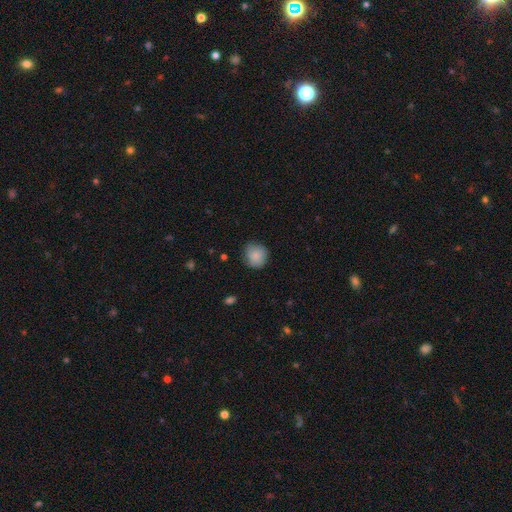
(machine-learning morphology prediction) A smooth galaxy with no disk features (84%) that is round (88%).

Vote fractions:
- Smooth or featured? smooth: 84% / featured or disk: 8% / star or artifact: 8%
- How rounded? round: 88% / in between: 11% / cigar-shaped: 1%
- Merging? none: 78% / minor disturbance: 17% / major disturbance: 3% / merger: 1%